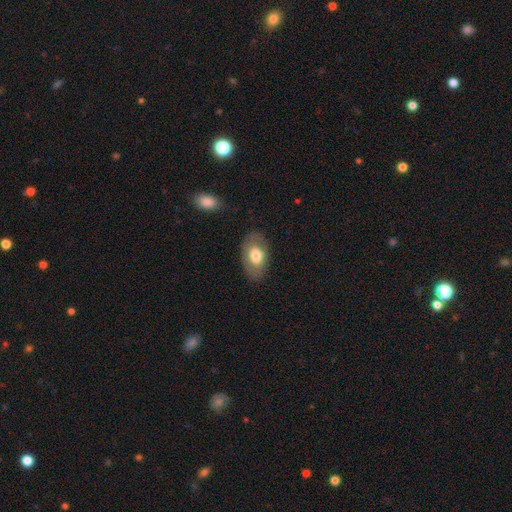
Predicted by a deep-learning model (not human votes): Smooth or featured? smooth (66%)
How rounded? in between (91%)
Merging? none (79%)